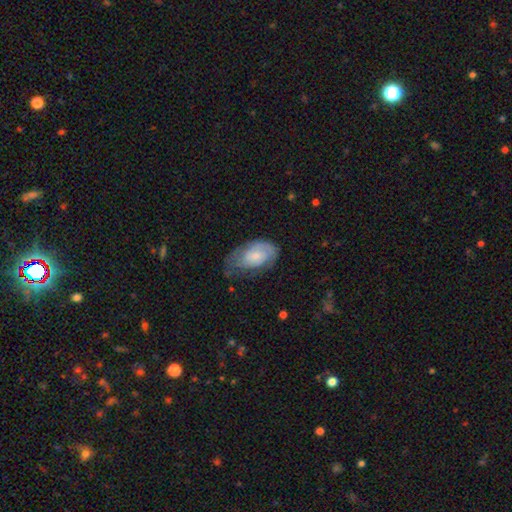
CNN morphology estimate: featured or disk 53%, smooth 41%, star or artifact 6%. Down the decision tree: edge-on disk — no (95%); bar — no (70%); spiral arms — yes (80%); bulge size — small (46%); merging — none (46%).